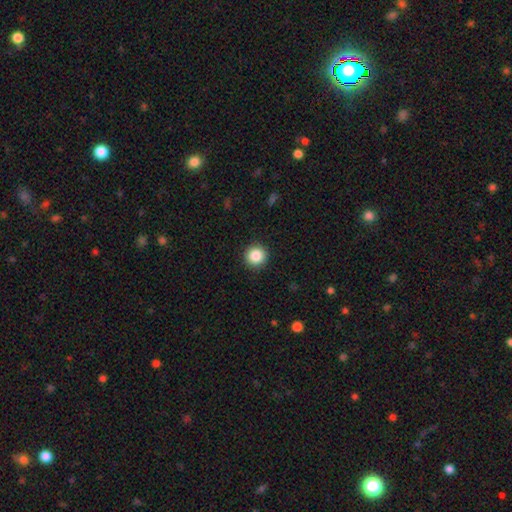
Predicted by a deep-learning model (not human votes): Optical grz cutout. It shows a smooth galaxy with no disk features (87%) that is round (96%). Merging: none (92%).